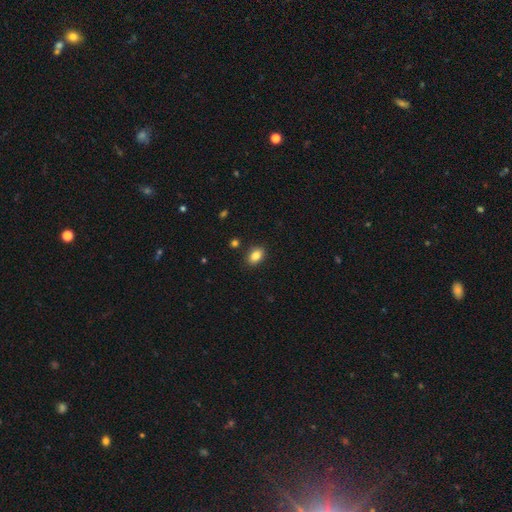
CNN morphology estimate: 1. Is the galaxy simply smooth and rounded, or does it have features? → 84% smooth, 9% star or artifact, 7% featured or disk.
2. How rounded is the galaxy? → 79% in between, 20% round, 1% cigar-shaped.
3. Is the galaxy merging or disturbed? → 87% none, 9% minor disturbance, 2% merger, 2% major disturbance.